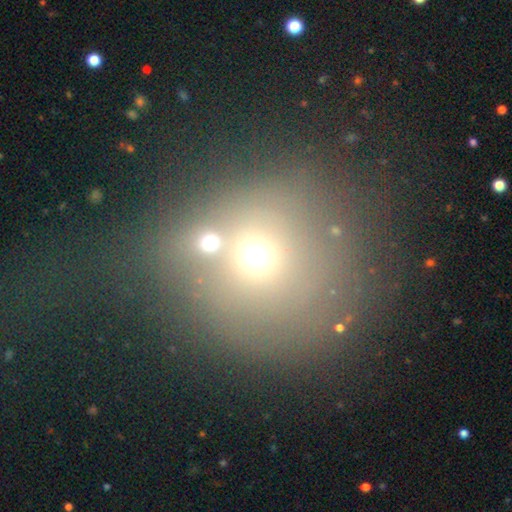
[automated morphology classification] A smooth galaxy with no disk features (61%) that is round (87%). Merging: none (52%).